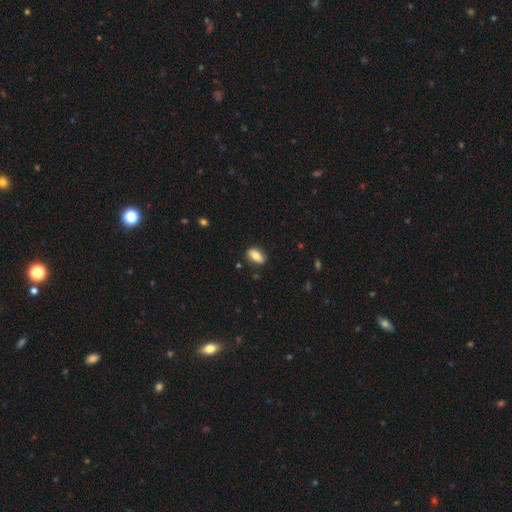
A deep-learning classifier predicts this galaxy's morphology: A smooth galaxy with no disk features (73%) that is in between round and cigar-shaped (86%).

Vote fractions:
- Smooth or featured? smooth: 73% / featured or disk: 20% / star or artifact: 7%
- How rounded? in between: 86% / cigar-shaped: 7% / round: 6%
- Merging? none: 83% / minor disturbance: 13% / major disturbance: 3% / merger: 2%